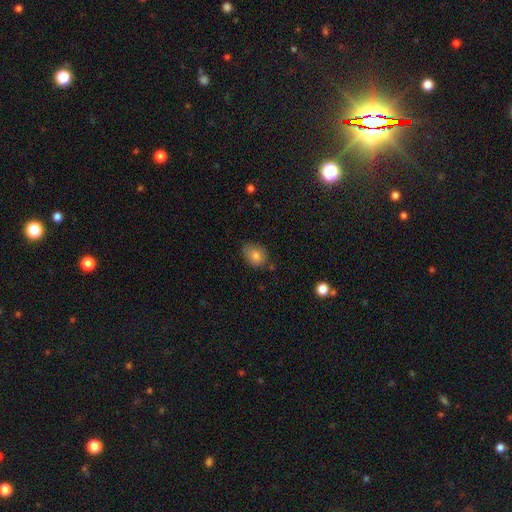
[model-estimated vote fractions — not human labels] smooth-or-featured: smooth: 80% | featured or disk: 11% | star or artifact: 9%
  how-rounded: in between: 58% | round: 41% | cigar-shaped: 1%
  merging: none: 67% | minor disturbance: 26% | major disturbance: 5% | merger: 2%